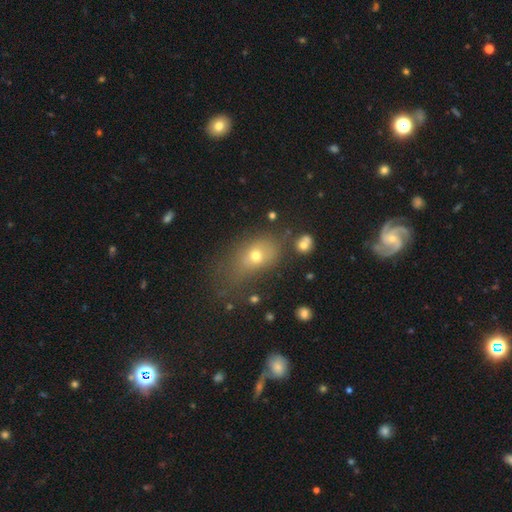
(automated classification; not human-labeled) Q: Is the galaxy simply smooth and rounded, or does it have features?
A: smooth — 61%.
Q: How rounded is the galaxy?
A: in between — 67%.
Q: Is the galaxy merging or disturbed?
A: none — 51%.